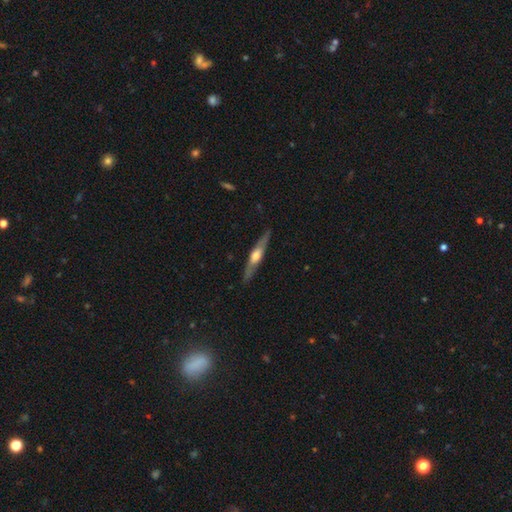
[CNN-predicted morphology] A featured or disk galaxy (63%) viewed edge-on (92%) with a rounded central bulge (85%). Merging: none (86%).